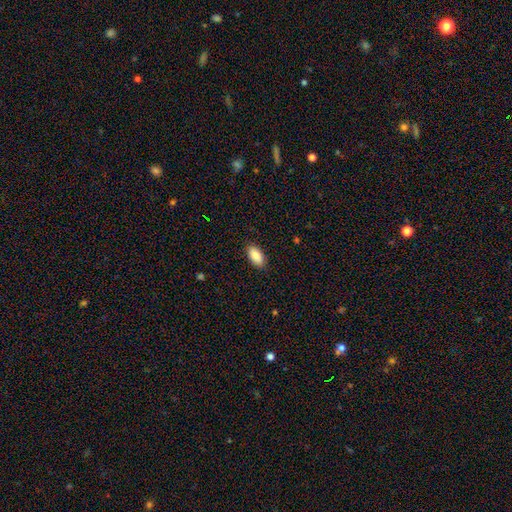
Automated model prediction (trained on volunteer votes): smooth 86%, featured or disk 8%, star or artifact 7%. Down the decision tree: how rounded — in between (94%); merging — none (88%).